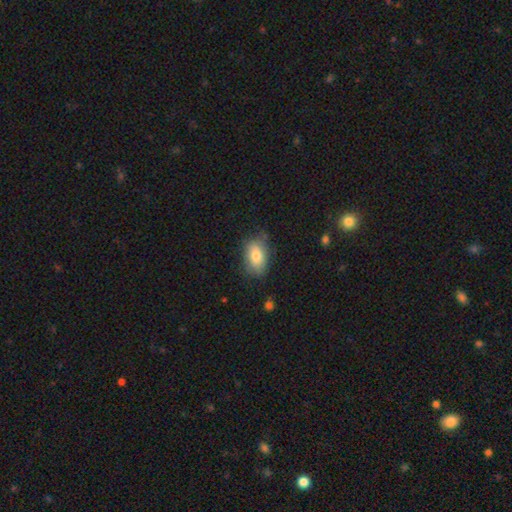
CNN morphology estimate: type=smooth (77%); roundness=in between (90%); merging=none (71%).